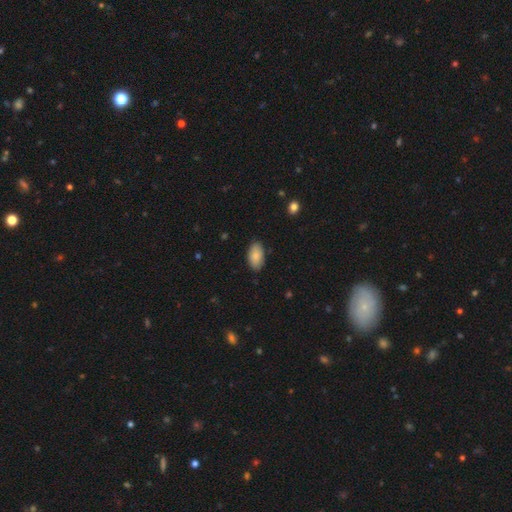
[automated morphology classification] Smooth or featured? smooth (85%)
How rounded? in between (95%)
Merging? none (84%)